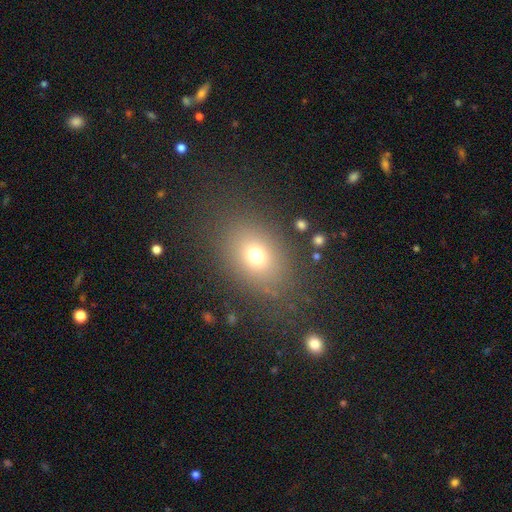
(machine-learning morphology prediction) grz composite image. It shows a smooth galaxy with no disk features (71%) that is in between round and cigar-shaped (62%). Merging: none (80%).